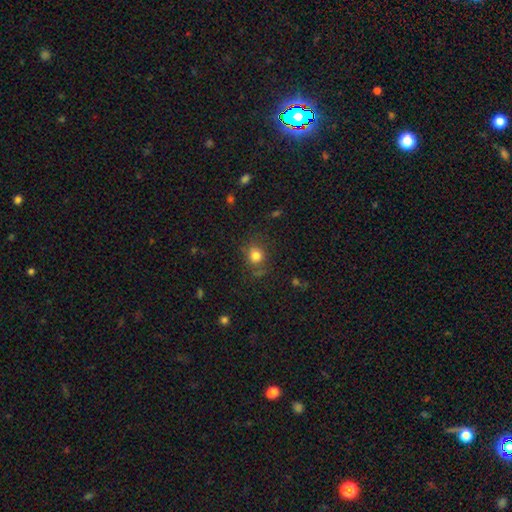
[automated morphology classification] Smooth or featured? Predicted: smooth (p=0.80). How rounded? Predicted: round (p=0.83). Merging? Predicted: none (p=0.77).